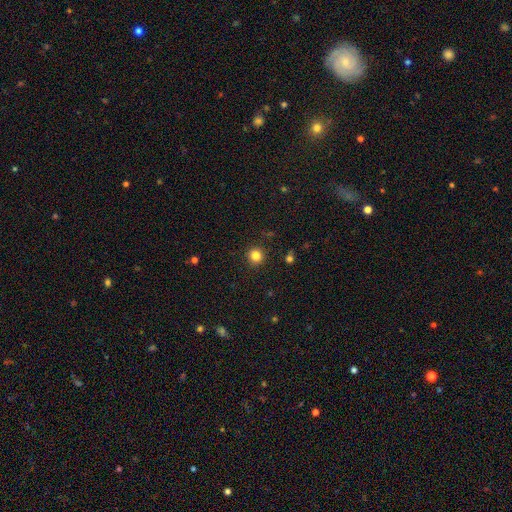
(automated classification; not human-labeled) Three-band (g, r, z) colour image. It shows a smooth galaxy with no disk features (83%) that is round (92%). Merging: none (91%).